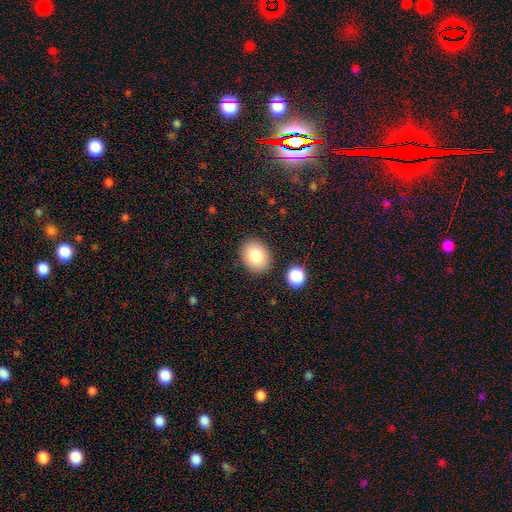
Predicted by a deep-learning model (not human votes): smooth-or-featured: smooth: 82% | star or artifact: 9% | featured or disk: 9%
  how-rounded: round: 50% | in between: 49% | cigar-shaped: 1%
  merging: none: 87% | minor disturbance: 8% | merger: 2% | major disturbance: 2%